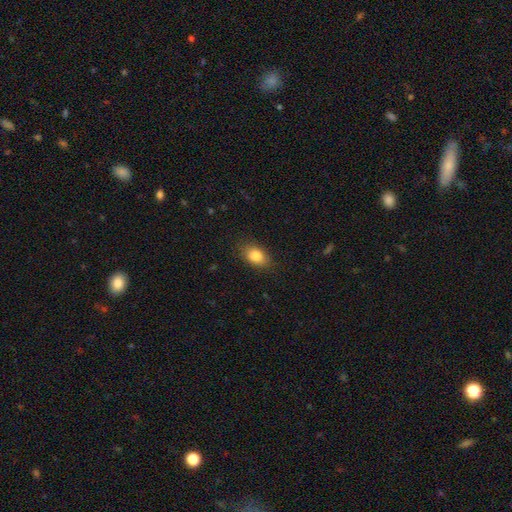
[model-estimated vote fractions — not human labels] Q: Smooth or featured?
A: smooth (85%); runner-up: star or artifact (8%)
Q: How rounded?
A: in between (81%); runner-up: round (17%)
Q: Merging?
A: none (83%); runner-up: minor disturbance (13%)